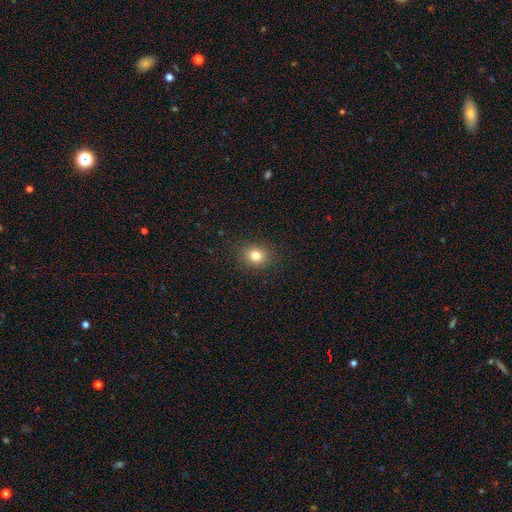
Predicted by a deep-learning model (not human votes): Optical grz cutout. It shows a smooth galaxy with no disk features (80%) that is round (71%). Merging: none (90%).